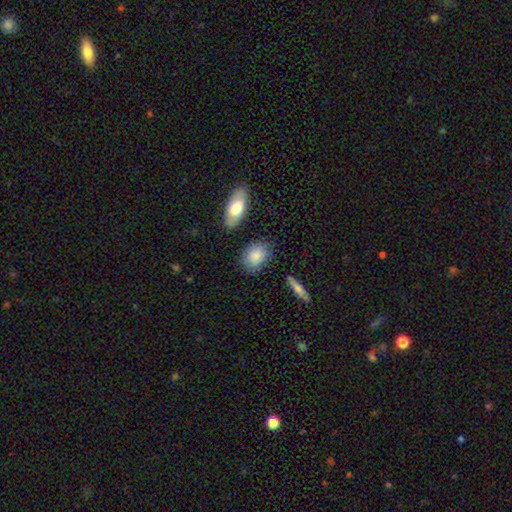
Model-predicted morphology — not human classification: smooth 84%, featured or disk 9%, star or artifact 7%. Down the decision tree: how rounded — in between (68%); merging — none (79%).